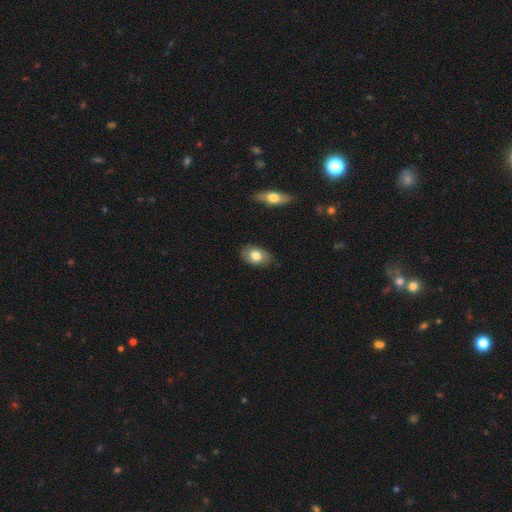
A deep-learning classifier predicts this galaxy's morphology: Smooth or featured? Predicted: smooth (p=0.73). How rounded? Predicted: in between (p=0.86). Merging? Predicted: none (p=0.81).